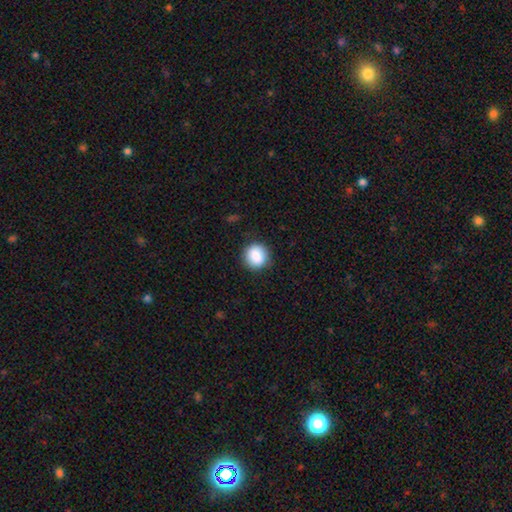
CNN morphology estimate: Smooth or featured: smooth — 87% (star or artifact — 8%)
How rounded: round — 91% (in between — 8%)
Merging: none — 88% (minor disturbance — 8%)